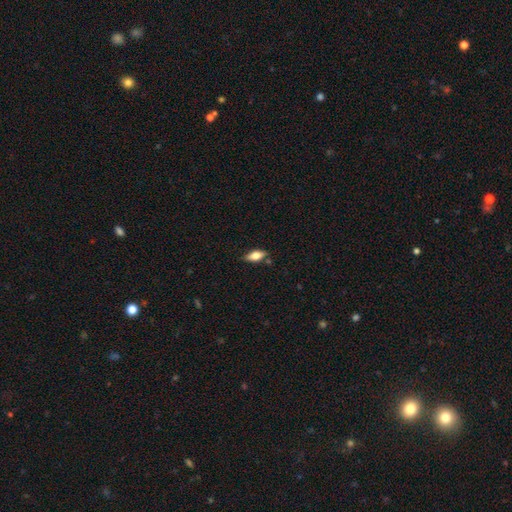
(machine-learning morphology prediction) type=smooth (67%); roundness=in between (81%); merging=none (79%).